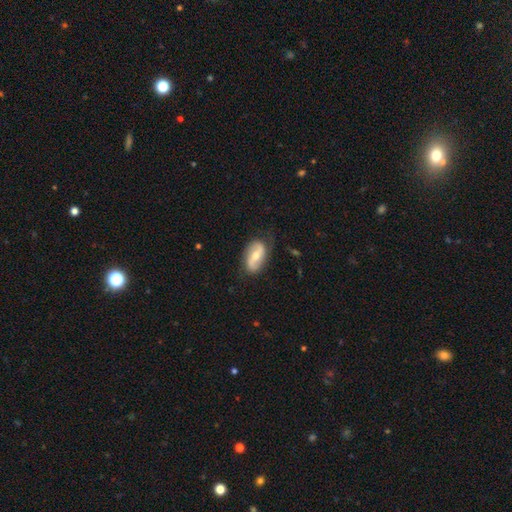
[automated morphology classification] Smooth or featured?
  - featured or disk: 68% *
  - smooth: 27%
  - star or artifact: 6%
Edge-on disk?
  - no: 95% *
  - yes: 5%
Bar?
  - weak: 38% *
  - no: 35%
  - strong: 27%
Spiral arms?
  - yes: 87% *
  - no: 13%
Spiral winding?
  - loose: 54% *
  - medium: 32%
  - tight: 14%
Spiral arm count?
  - 2: 90% *
  - can't tell: 5%
  - 1: 2%
  - 3: 1%
  - 4: 1%
  - more than 4: 1%
Bulge size?
  - moderate: 63% *
  - small: 31%
  - large: 3%
  - none: 2%
  - dominant: 1%
Merging?
  - none: 76% *
  - minor disturbance: 18%
  - major disturbance: 5%
  - merger: 1%